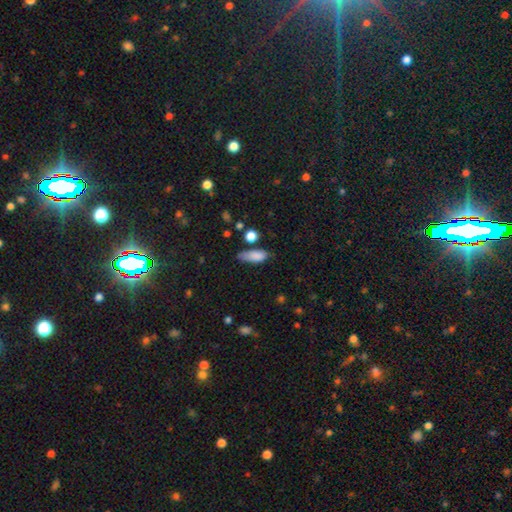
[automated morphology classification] Overall: smooth (83%). How rounded: in between (74%). Merging: none (49%; minor disturbance 34%).